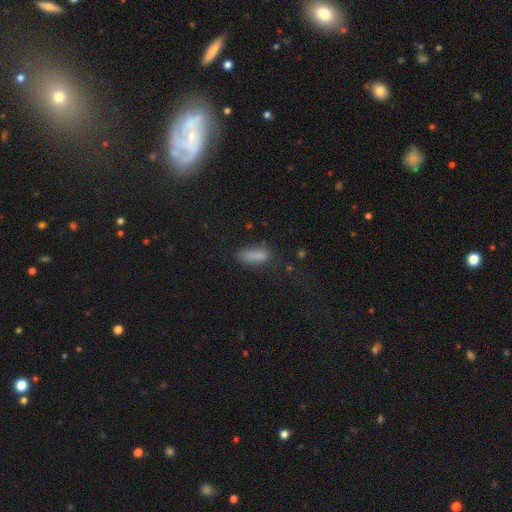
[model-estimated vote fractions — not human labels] Q: Smooth or featured?
A: smooth (81%); runner-up: star or artifact (11%)
Q: How rounded?
A: in between (68%); runner-up: cigar-shaped (28%)
Q: Merging?
A: none (62%); runner-up: minor disturbance (23%)